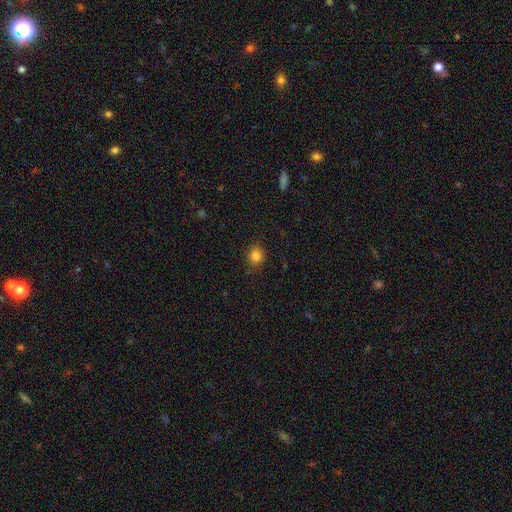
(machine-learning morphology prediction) smooth 84%, star or artifact 12%, featured or disk 4%. Down the decision tree: how rounded — round (82%); merging — none (84%).